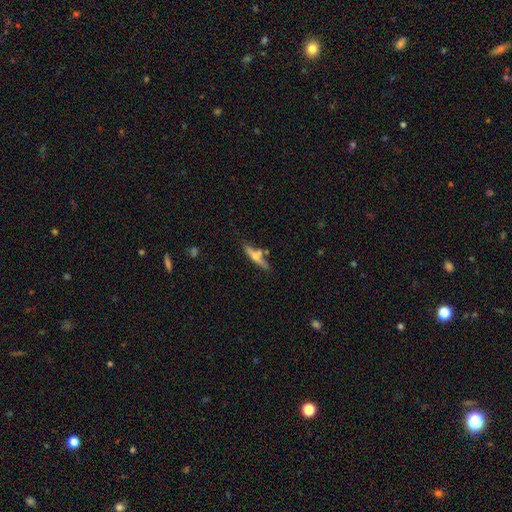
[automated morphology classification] The model was most divided on "smooth or featured": smooth: 49%, featured or disk: 44%, star or artifact: 7%. More confident: merging — none (65%).